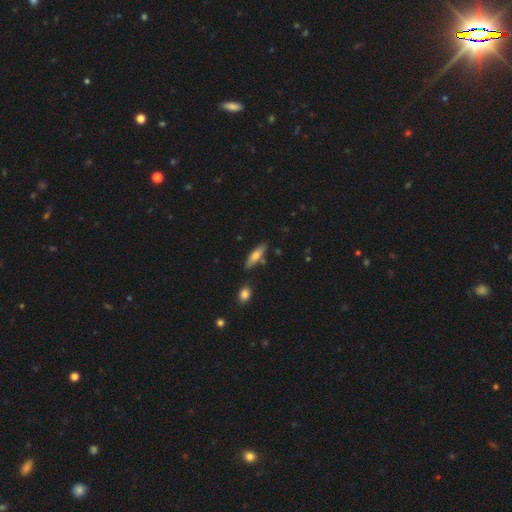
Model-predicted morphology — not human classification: smooth 58%, featured or disk 35%, star or artifact 7%. Down the decision tree: how rounded — cigar-shaped (66%); merging — none (80%).